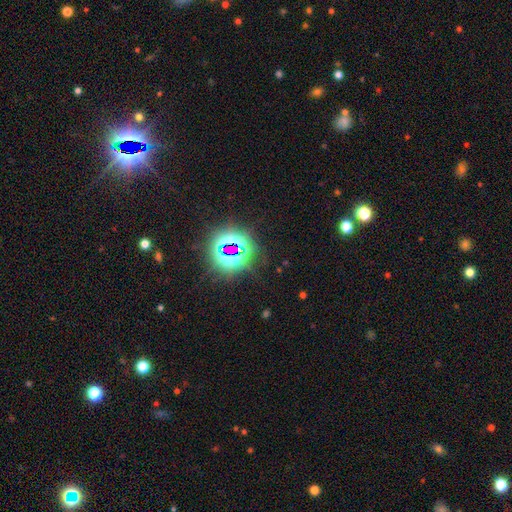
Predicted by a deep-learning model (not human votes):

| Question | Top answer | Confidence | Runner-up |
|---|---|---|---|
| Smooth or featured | star or artifact | 80% | smooth (12%) |